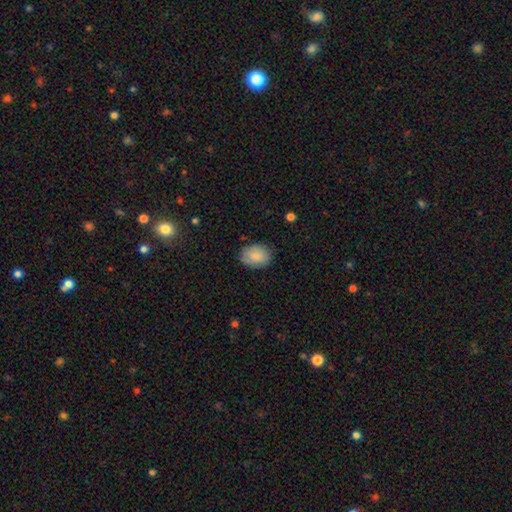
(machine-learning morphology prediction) Smooth or featured? smooth (82%)
How rounded? in between (70%)
Merging? none (82%)